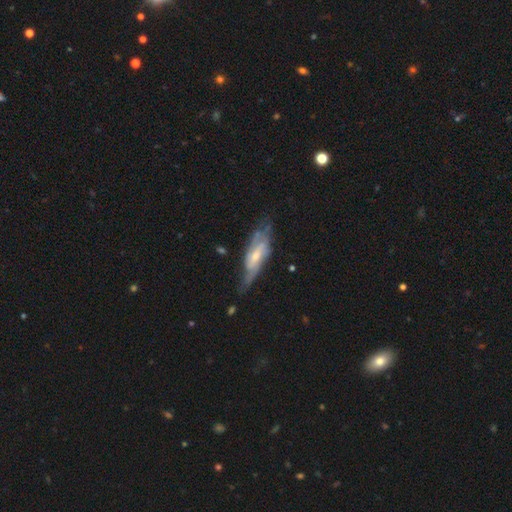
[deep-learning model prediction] Q: Smooth or featured?
A: featured or disk (74%); runner-up: smooth (21%)
Q: Edge-on disk?
A: no (78%); runner-up: yes (22%)
Q: Bar?
A: weak (44%); runner-up: no (38%)
Q: Spiral arms?
A: yes (84%); runner-up: no (16%)
Q: Bulge size?
A: small (50%); runner-up: moderate (40%)
Q: Merging?
A: none (52%); runner-up: minor disturbance (29%)